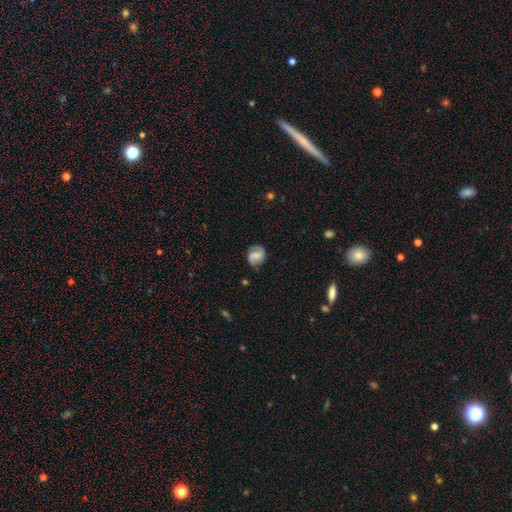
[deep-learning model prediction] Smooth or featured? featured or disk (58%)
Edge-on disk? no (97%)
Bar? weak (44%)
Spiral arms? yes (89%)
Bulge size? none (39%)
Merging? none (74%)